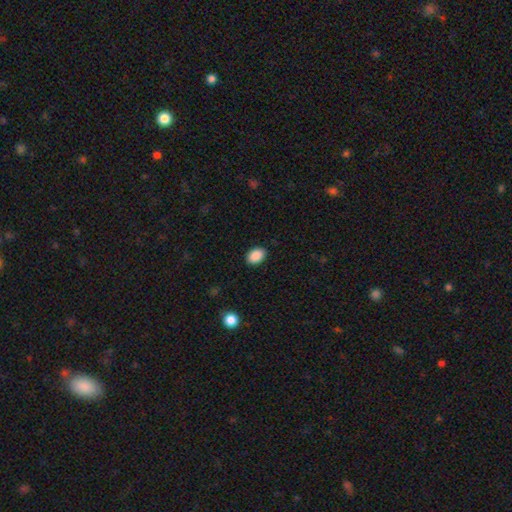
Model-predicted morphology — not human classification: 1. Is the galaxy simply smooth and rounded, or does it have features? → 89% smooth, 8% star or artifact, 3% featured or disk.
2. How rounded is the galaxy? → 79% in between, 20% round, 1% cigar-shaped.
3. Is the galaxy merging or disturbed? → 89% none, 8% minor disturbance, 2% major disturbance, 1% merger.